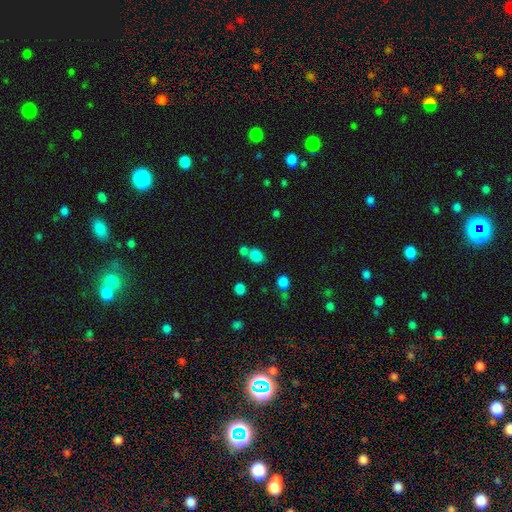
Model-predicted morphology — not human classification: This is clearly a smooth galaxy (81%). How rounded: possibly round (55%). Merging: possibly none (54%).